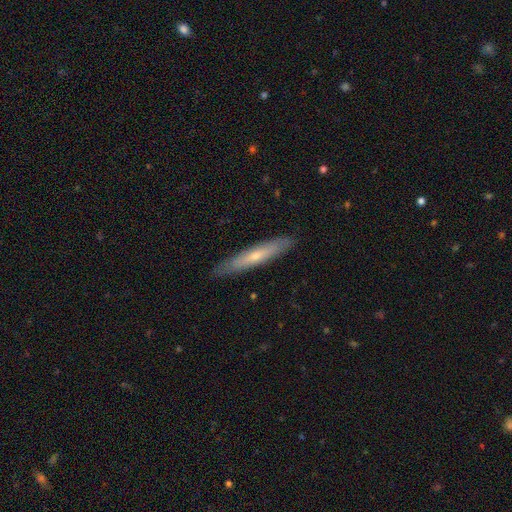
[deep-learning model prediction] A smooth galaxy with no disk features (51%) that is cigar-shaped (91%). Merging: none (87%).